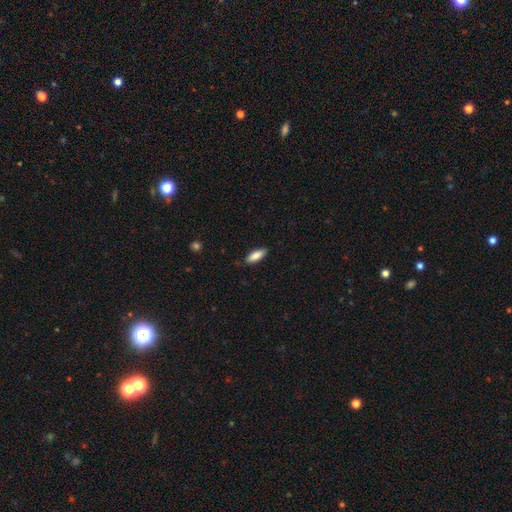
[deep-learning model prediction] The model was most divided on "how rounded": in between: 69%, cigar-shaped: 29%, round: 2%. More confident: merging — none (87%); smooth or featured — smooth (87%).